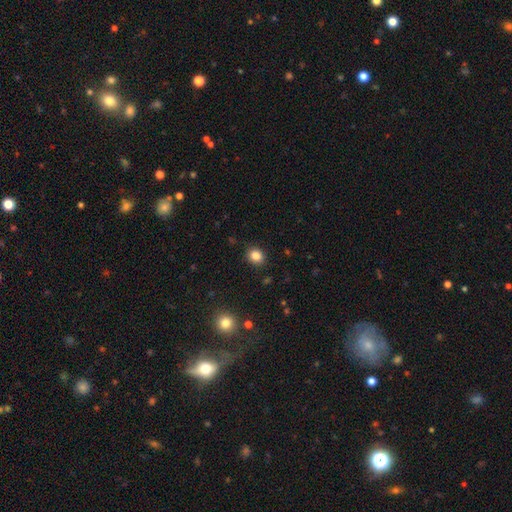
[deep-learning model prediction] smooth_or_featured: smooth (p=0.84) [alt: star or artifact p=0.11]
how_rounded: round (p=0.63) [alt: in between p=0.36]
merging: none (p=0.89) [alt: minor disturbance p=0.08]